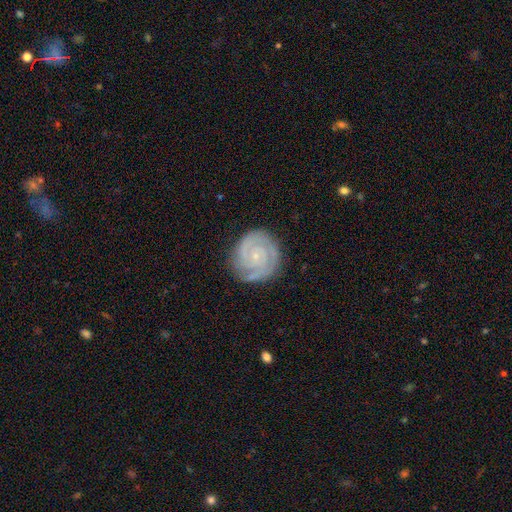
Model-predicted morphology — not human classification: A featured or disk galaxy (88%) with no bar (72%), 2 (59%) tight (78%) spiral arms (98%) and a small central bulge (84%). Merging: none (83%).